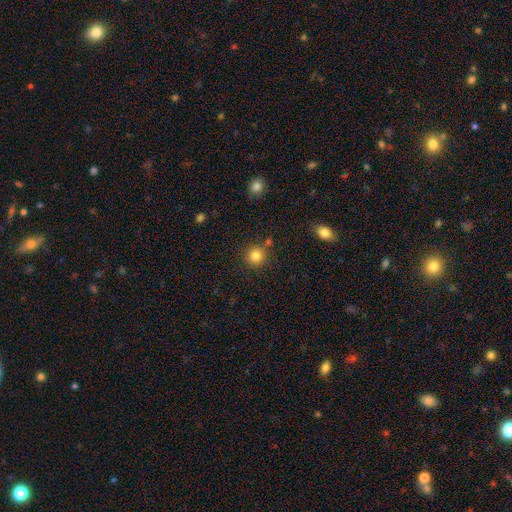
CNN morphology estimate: Overall: smooth (84%). How rounded: round (93%). Merging: none (82%).